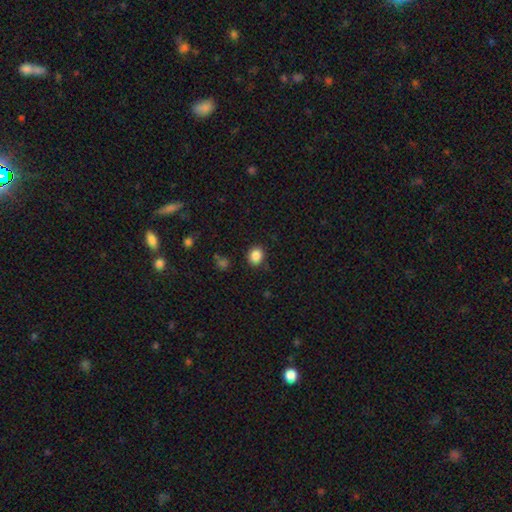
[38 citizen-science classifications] smooth 89%, featured or disk 8%, star or artifact 3%. Down the decision tree: how rounded — in between (53%); merging — none (81%).